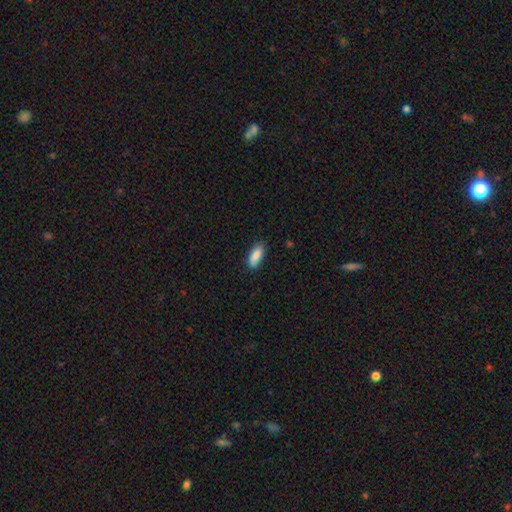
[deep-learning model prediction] Smooth or featured: smooth — 87% (star or artifact — 7%)
How rounded: in between — 81% (cigar-shaped — 17%)
Merging: none — 78% (minor disturbance — 18%)